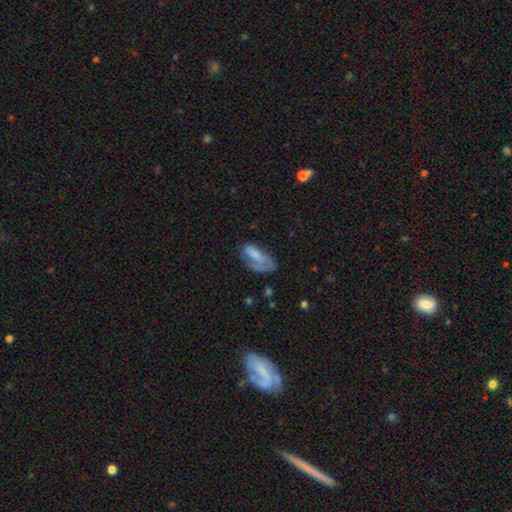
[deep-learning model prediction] Smooth or featured?
  - smooth: 65% *
  - featured or disk: 27%
  - star or artifact: 8%
How rounded?
  - in between: 79% *
  - cigar-shaped: 18%
  - round: 3%
Merging?
  - major disturbance: 33% * (tied)
  - none: 33% * (tied)
  - minor disturbance: 31%
  - merger: 3%